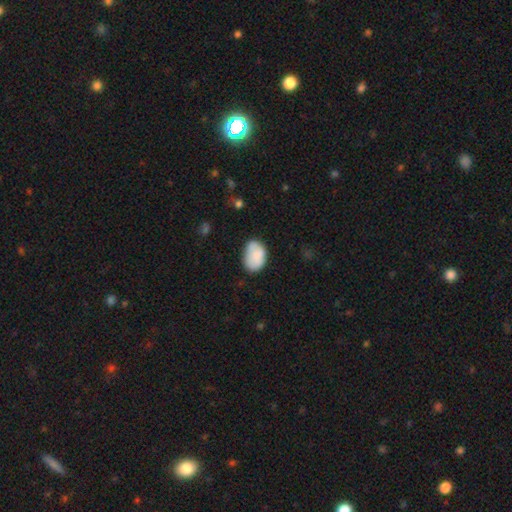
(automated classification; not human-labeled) Smooth or featured? Predicted: smooth (p=0.81). How rounded? Predicted: in between (p=0.83). Merging? Predicted: none (p=0.64).